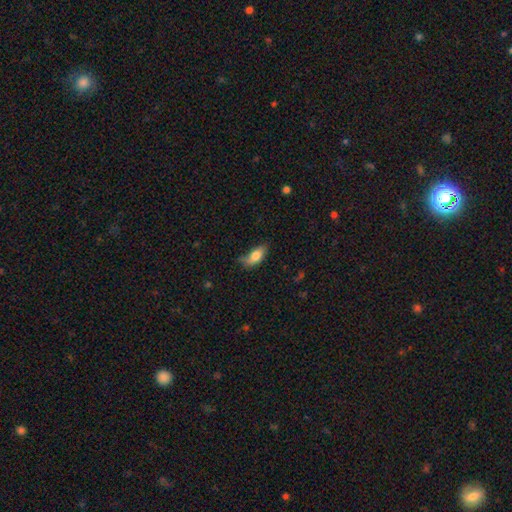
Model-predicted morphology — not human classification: Smooth or featured: smooth — 78% (featured or disk — 15%)
How rounded: in between — 85% (cigar-shaped — 11%)
Merging: none — 55% (minor disturbance — 33%)